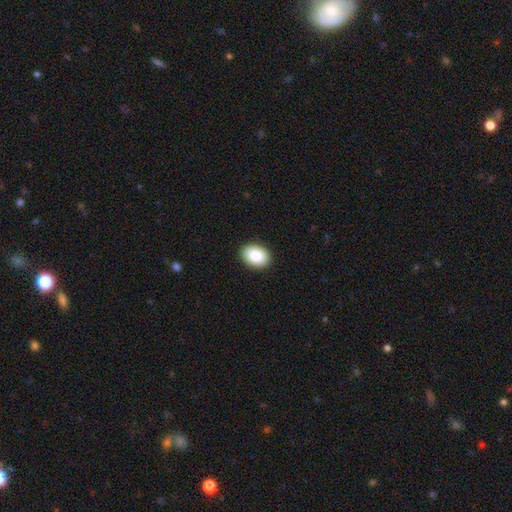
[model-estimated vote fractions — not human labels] smooth_or_featured: smooth (p=0.87) [alt: star or artifact p=0.07]
how_rounded: in between (p=0.79) [alt: round p=0.20]
merging: none (p=0.91) [alt: minor disturbance p=0.07]